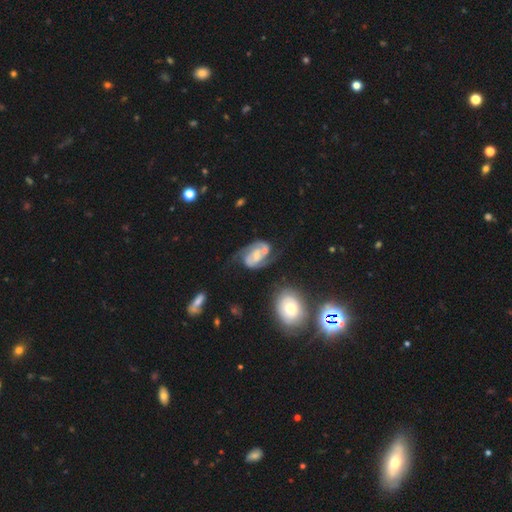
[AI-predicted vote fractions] A featured or disk galaxy (80%) with no bar (42%), 2 (84%) medium (47%) spiral arms (91%) and a small central bulge (37%). Merging: none (46%).